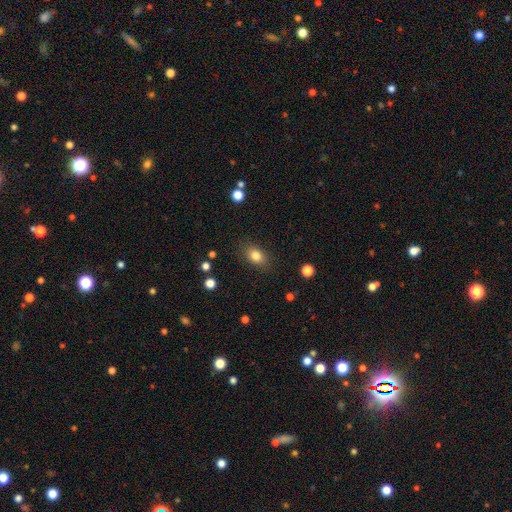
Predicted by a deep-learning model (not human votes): smooth 82%, star or artifact 10%, featured or disk 8%. Down the decision tree: how rounded — in between (75%); merging — none (84%).